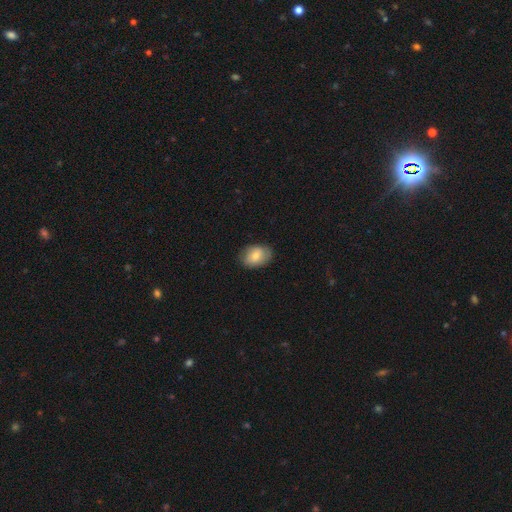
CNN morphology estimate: The model was most divided on "how rounded": in between: 78%, round: 21%, cigar-shaped: 1%. More confident: merging — none (81%); smooth or featured — smooth (77%).